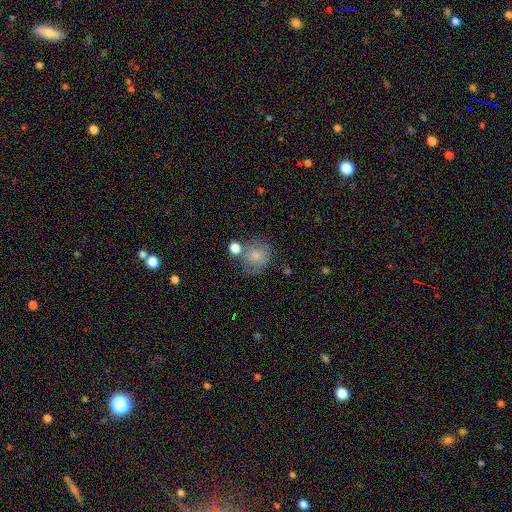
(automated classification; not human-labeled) The model was most divided on "merging": none: 54%, minor disturbance: 19%, merger: 19%, major disturbance: 8%. More confident: how rounded — round (82%); smooth or featured — smooth (74%).